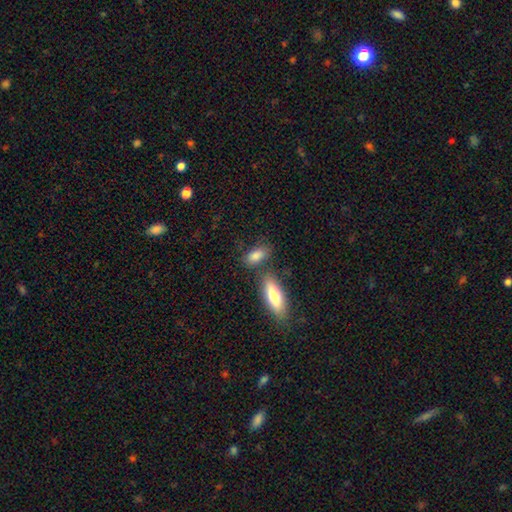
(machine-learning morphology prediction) A smooth galaxy with no disk features (82%) that is in between round and cigar-shaped (81%).

Vote fractions:
- Smooth or featured? smooth: 82% / featured or disk: 10% / star or artifact: 8%
- How rounded? in between: 81% / cigar-shaped: 13% / round: 6%
- Merging? none: 61% / merger: 20% / minor disturbance: 15% / major disturbance: 5%